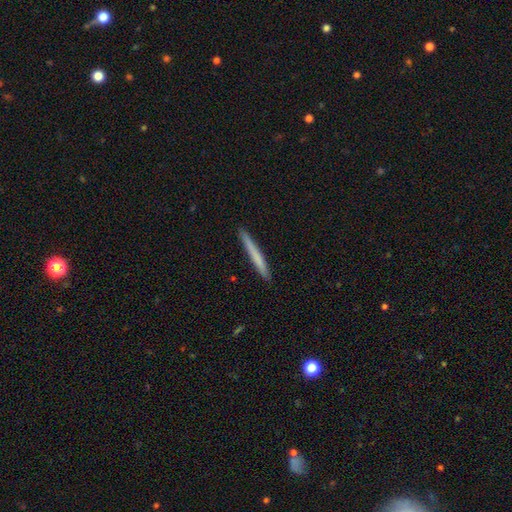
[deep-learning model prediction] A smooth galaxy with no disk features (68%) that is cigar-shaped (97%). Merging: none (92%).